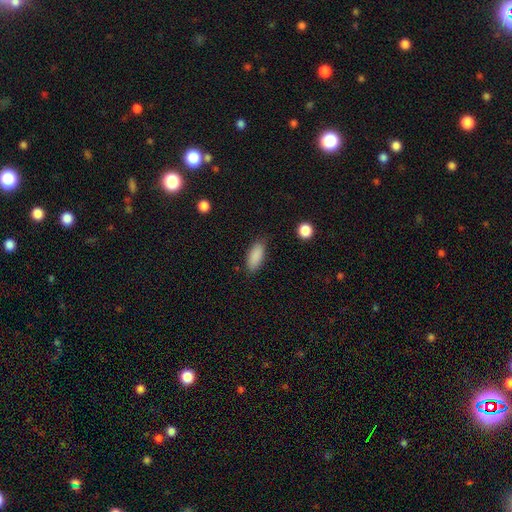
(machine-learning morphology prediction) Q: Smooth or featured?
A: smooth (89%); runner-up: star or artifact (7%)
Q: How rounded?
A: in between (82%); runner-up: cigar-shaped (16%)
Q: Merging?
A: none (83%); runner-up: minor disturbance (13%)